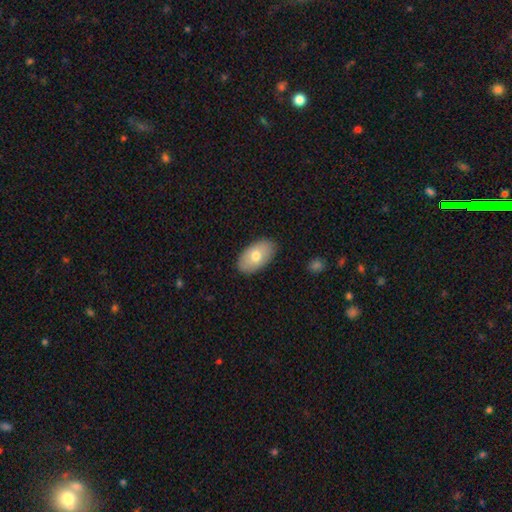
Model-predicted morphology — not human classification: The model was most divided on "smooth or featured": smooth: 74%, featured or disk: 20%, star or artifact: 6%. More confident: how rounded — in between (94%); merging — none (88%).